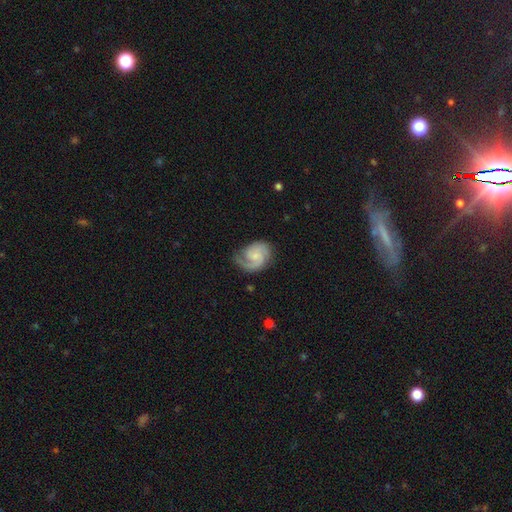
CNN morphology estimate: A featured or disk galaxy (77%) with no bar (64%), 2 (62%) medium (46%) spiral arms (96%) and a small central bulge (53%).

Vote fractions:
- Smooth or featured? featured or disk: 77% / smooth: 18% / star or artifact: 6%
- Edge-on disk? no: 98% / yes: 2%
- Bar? no: 64% / weak: 32% / strong: 4%
- Spiral arms? yes: 96% / no: 4%
- Spiral winding? medium: 46% / tight: 36% / loose: 19%
- Spiral arm count? 2: 62% / 1: 24% / can't tell: 7% / 3: 4% / 4: 1% / more than 4: 1%
- Bulge size? small: 53% / moderate: 22% / none: 20% / large: 3% / dominant: 1%
- Merging? none: 62% / minor disturbance: 24% / major disturbance: 13% / merger: 2%